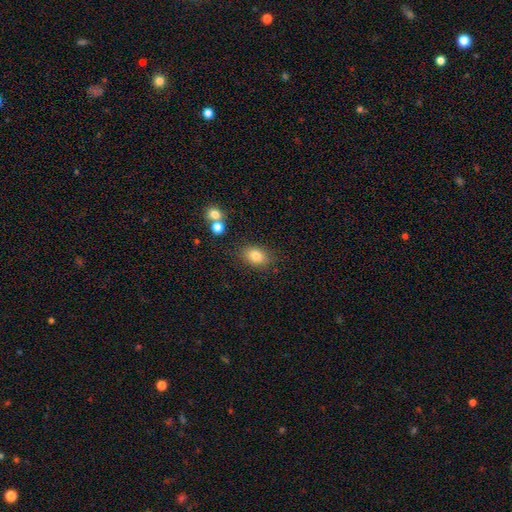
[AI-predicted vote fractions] Smooth or featured? Predicted: smooth (p=0.81). How rounded? Predicted: in between (p=0.73). Merging? Predicted: none (p=0.80).